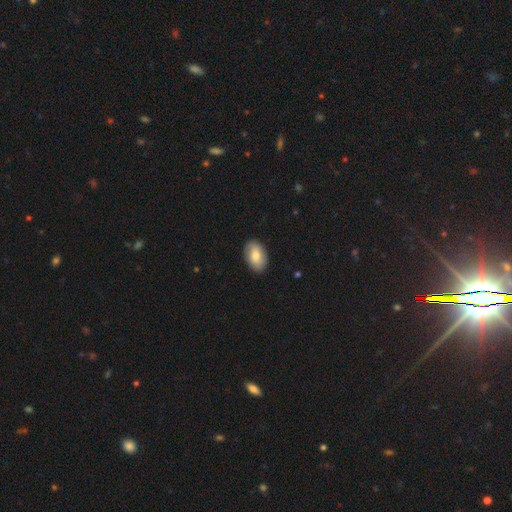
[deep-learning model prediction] smooth 76%, featured or disk 18%, star or artifact 6%. Down the decision tree: how rounded — in between (91%); merging — none (88%).